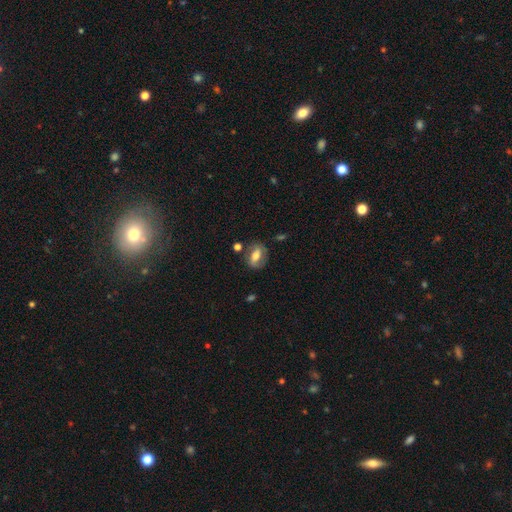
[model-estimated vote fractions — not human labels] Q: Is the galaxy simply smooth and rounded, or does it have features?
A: featured or disk — 49%.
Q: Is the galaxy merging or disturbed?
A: none — 67%.